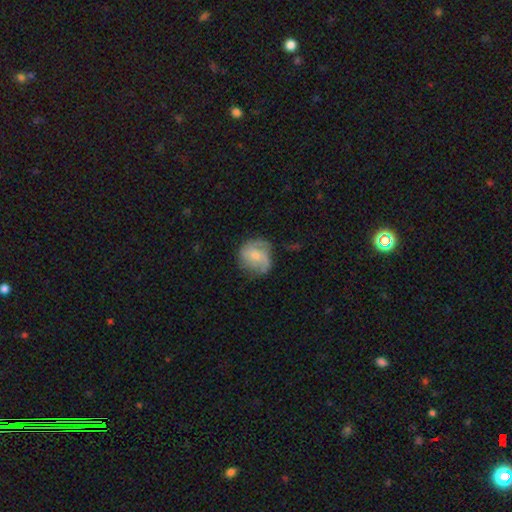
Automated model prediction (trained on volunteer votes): Morphology: type=featured or disk (57%); edge-on=no (98%); bar=no (69%); spiral arms=yes (84%); bulge=small (56%); merging=none (59%).